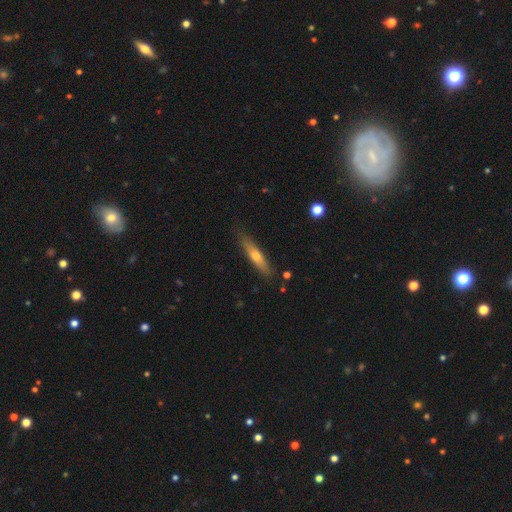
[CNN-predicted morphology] type=smooth (51%); roundness=cigar-shaped (86%); merging=none (83%).